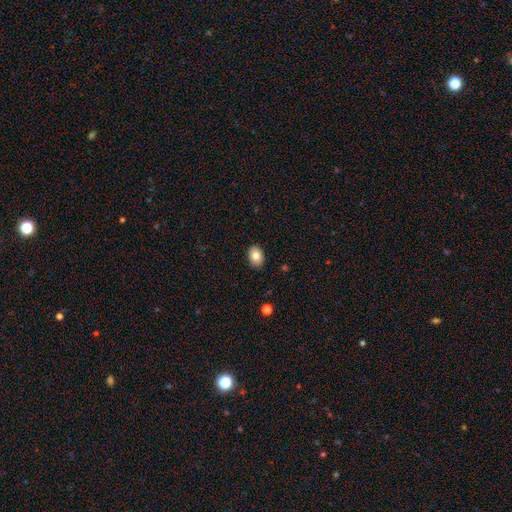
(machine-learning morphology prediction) smooth 83%, featured or disk 9%, star or artifact 8%. Down the decision tree: how rounded — in between (79%); merging — none (89%).